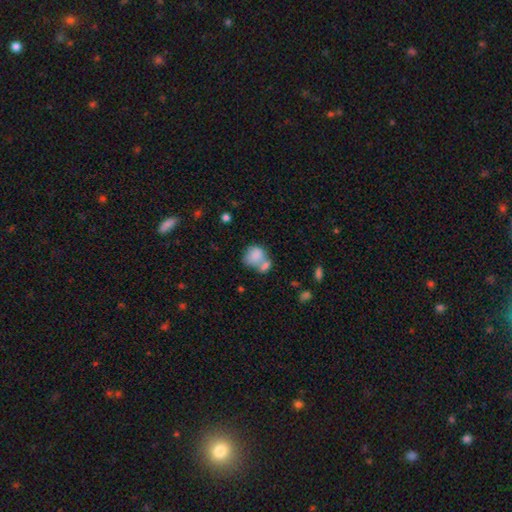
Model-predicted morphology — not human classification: smooth-or-featured: smooth: 78% | featured or disk: 14% | star or artifact: 9%
  how-rounded: round: 52% | in between: 47% | cigar-shaped: 1%
  merging: merger: 50% | none: 27% | minor disturbance: 14% | major disturbance: 9%